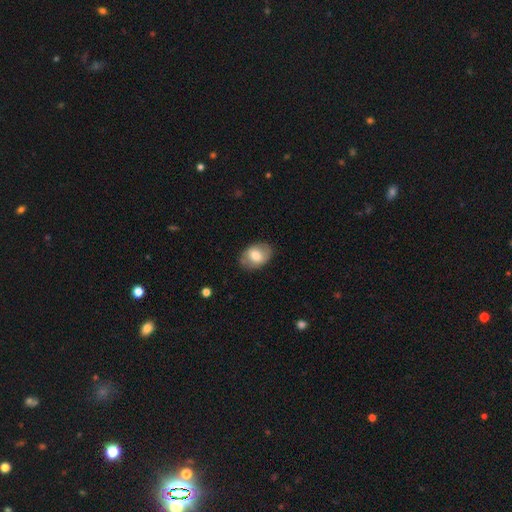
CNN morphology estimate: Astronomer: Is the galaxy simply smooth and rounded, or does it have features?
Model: smooth — 71%.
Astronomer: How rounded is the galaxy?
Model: in between — 78%.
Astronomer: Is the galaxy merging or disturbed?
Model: none — 81%.